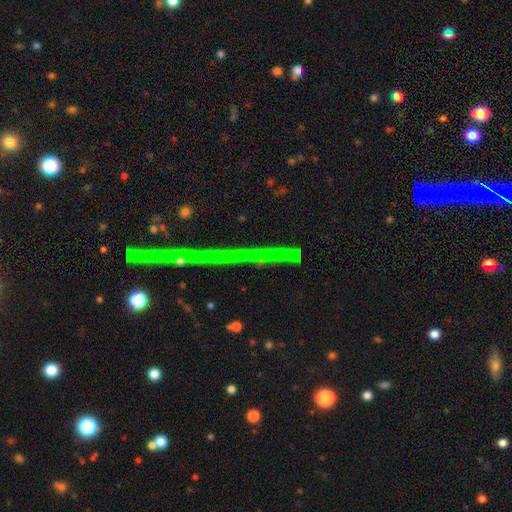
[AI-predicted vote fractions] star or artifact 75%, featured or disk 15%, smooth 10%.